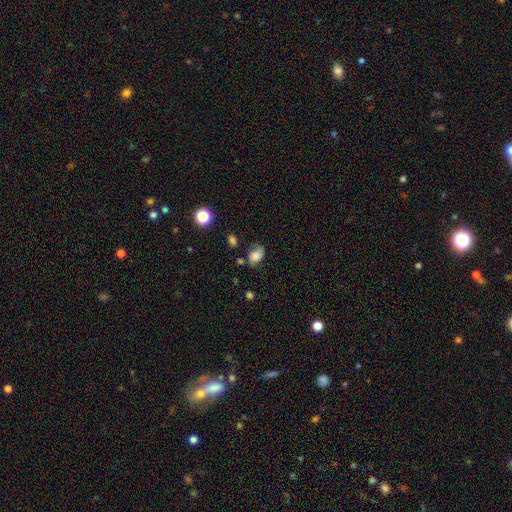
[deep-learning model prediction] Morphology: type=smooth (72%); roundness=in between (79%); merging=none (50%).